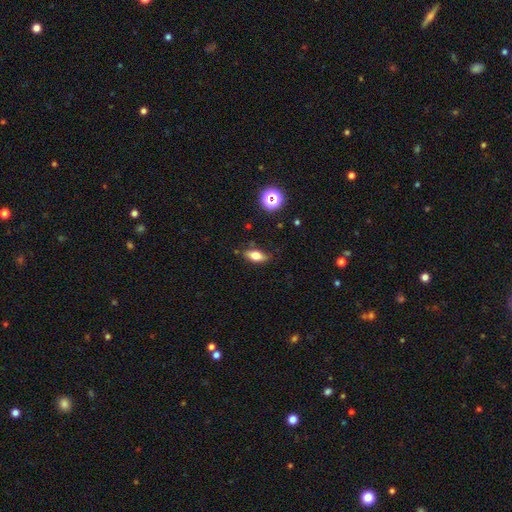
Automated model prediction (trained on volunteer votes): Smooth or featured: smooth — 70% (featured or disk — 20%)
How rounded: in between — 79% (cigar-shaped — 14%)
Merging: none — 82% (minor disturbance — 14%)